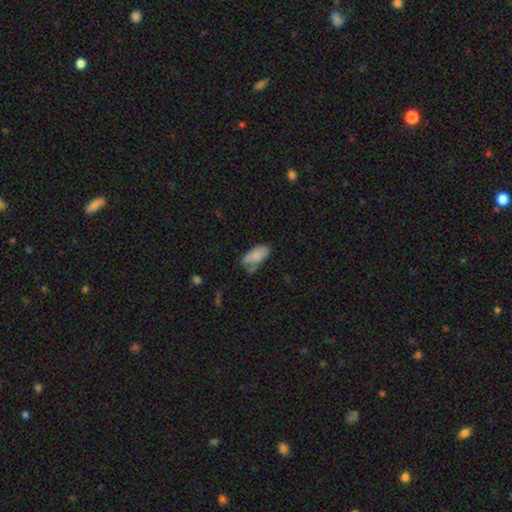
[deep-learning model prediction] This appears to be a smooth galaxy with no disk features (80%) that is in between round and cigar-shaped (90%). Merging: none (47%).